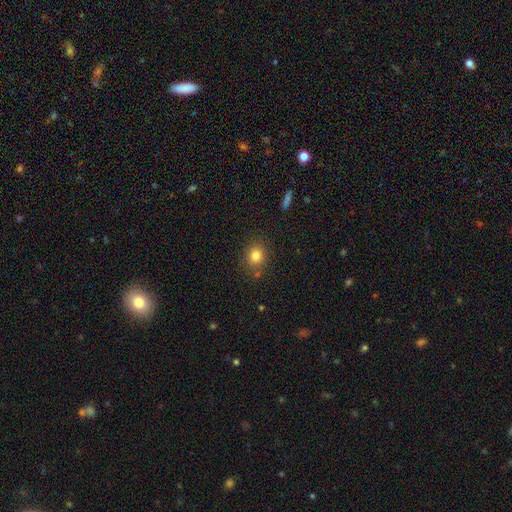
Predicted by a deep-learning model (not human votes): smooth-or-featured: smooth: 81% | star or artifact: 12% | featured or disk: 7%
  how-rounded: round: 75% | in between: 24% | cigar-shaped: 1%
  merging: none: 82% | minor disturbance: 10% | merger: 5% | major disturbance: 3%